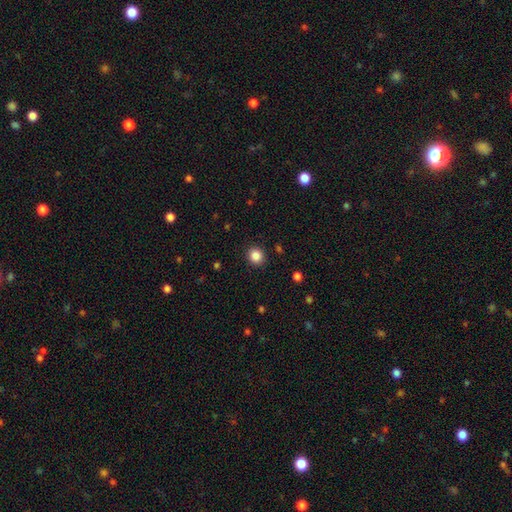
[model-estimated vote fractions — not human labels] smooth 86%, star or artifact 11%, featured or disk 3%. Down the decision tree: how rounded — round (86%); merging — none (92%).